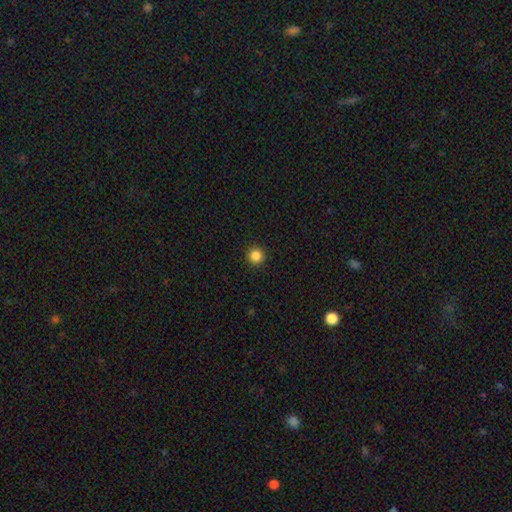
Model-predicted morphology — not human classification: smooth 86%, star or artifact 11%, featured or disk 3%. Down the decision tree: how rounded — round (95%); merging — none (93%).